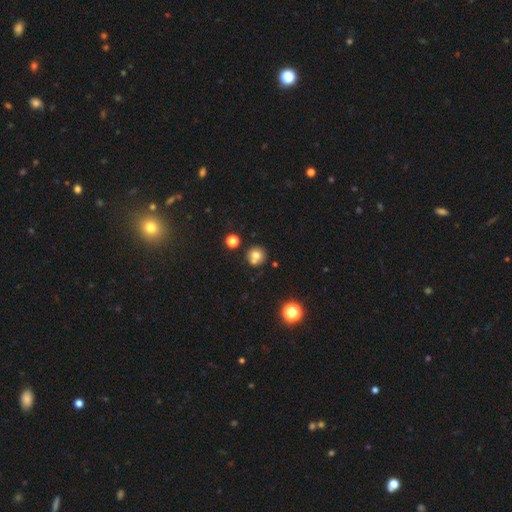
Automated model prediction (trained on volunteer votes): Smooth or featured? smooth (73%)
How rounded? round (91%)
Merging? none (64%)